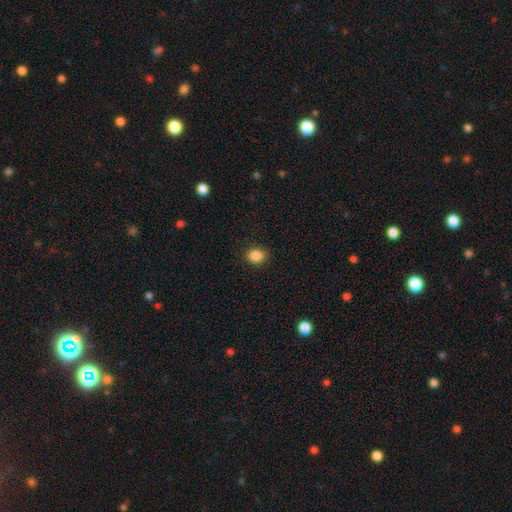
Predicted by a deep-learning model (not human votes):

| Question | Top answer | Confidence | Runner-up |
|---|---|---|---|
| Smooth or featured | smooth | 86% | star or artifact (10%) |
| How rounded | round | 67% | in between (32%) |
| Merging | none | 89% | minor disturbance (7%) |